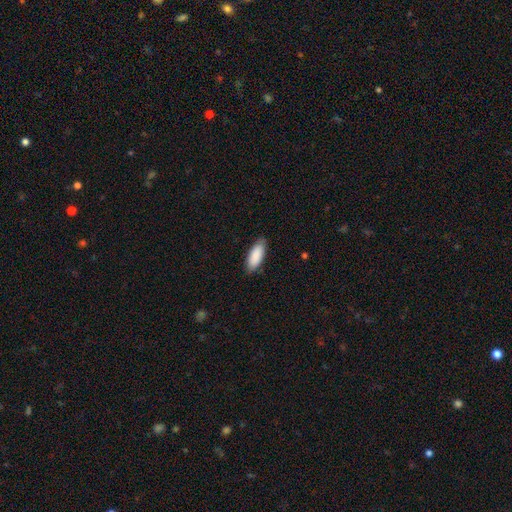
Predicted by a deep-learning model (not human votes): A smooth galaxy with no disk features (89%) that is in between round and cigar-shaped (79%). Merging: none (84%).